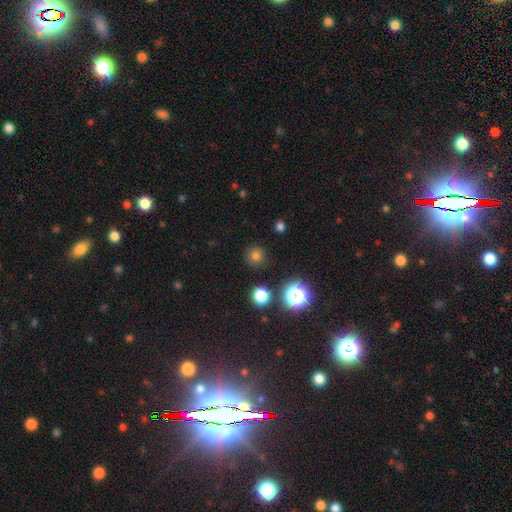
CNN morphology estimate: smooth_or_featured: smooth (p=0.73) [alt: star or artifact p=0.20]
how_rounded: round (p=0.94) [alt: in between p=0.05]
merging: none (p=0.88) [alt: minor disturbance p=0.07]